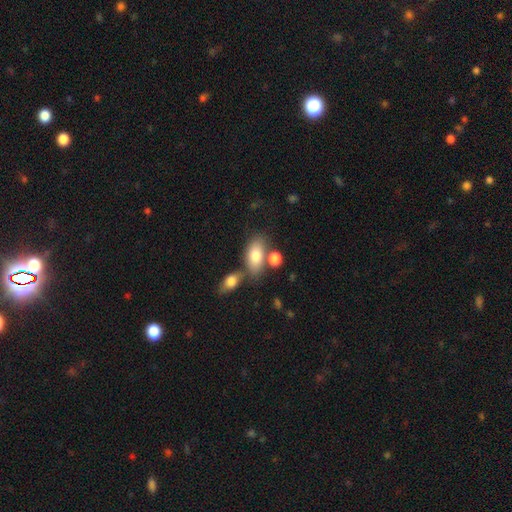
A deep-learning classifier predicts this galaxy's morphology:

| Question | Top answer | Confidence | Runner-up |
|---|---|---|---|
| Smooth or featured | smooth | 78% | featured or disk (15%) |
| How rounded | in between | 89% | round (6%) |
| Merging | none | 58% | merger (24%) |